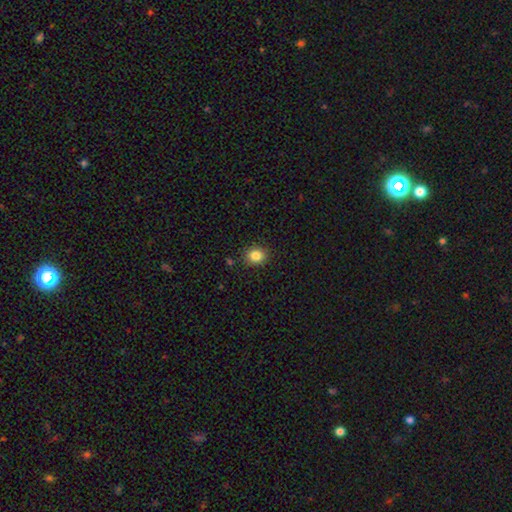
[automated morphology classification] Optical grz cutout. It shows a smooth galaxy with no disk features (84%) that is round (69%). Merging: none (87%).